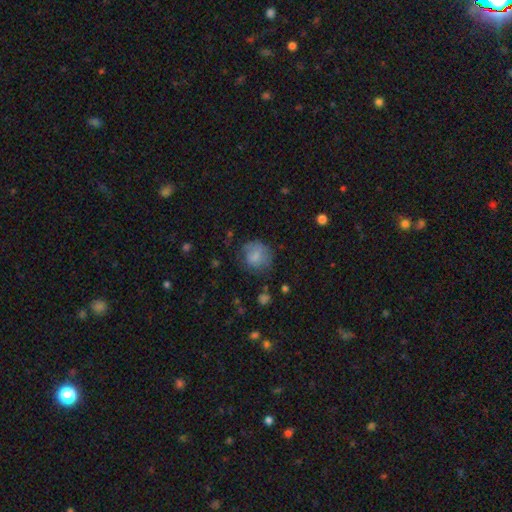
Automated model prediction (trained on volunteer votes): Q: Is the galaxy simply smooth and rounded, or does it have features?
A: smooth — 75%.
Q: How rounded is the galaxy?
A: round — 79%.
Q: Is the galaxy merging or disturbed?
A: none — 60%.